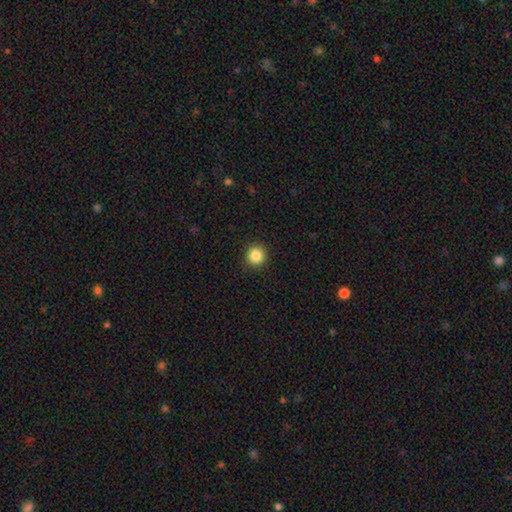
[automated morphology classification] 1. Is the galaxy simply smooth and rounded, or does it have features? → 86% smooth, 11% star or artifact, 4% featured or disk.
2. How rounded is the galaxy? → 94% round, 5% in between, 1% cigar-shaped.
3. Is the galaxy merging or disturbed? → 92% none, 5% minor disturbance, 2% major disturbance, 1% merger.